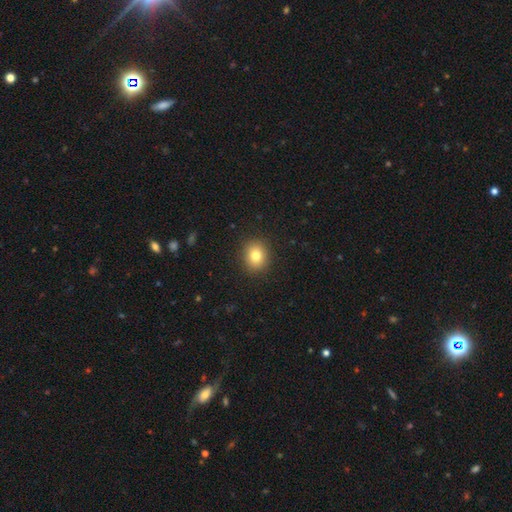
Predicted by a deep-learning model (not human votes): Overall: smooth (81%). How rounded: round (69%; in between 30%). Merging: none (90%).